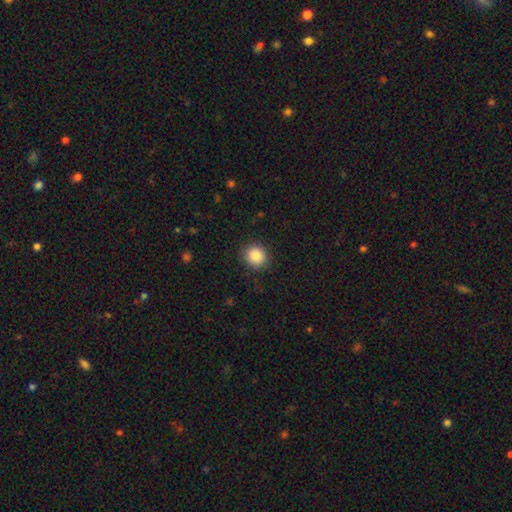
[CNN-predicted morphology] A smooth galaxy with no disk features (88%) that is round (86%).

Vote fractions:
- Smooth or featured? smooth: 88% / star or artifact: 9% / featured or disk: 3%
- How rounded? round: 86% / in between: 13% / cigar-shaped: 1%
- Merging? none: 88% / minor disturbance: 8% / major disturbance: 3% / merger: 1%